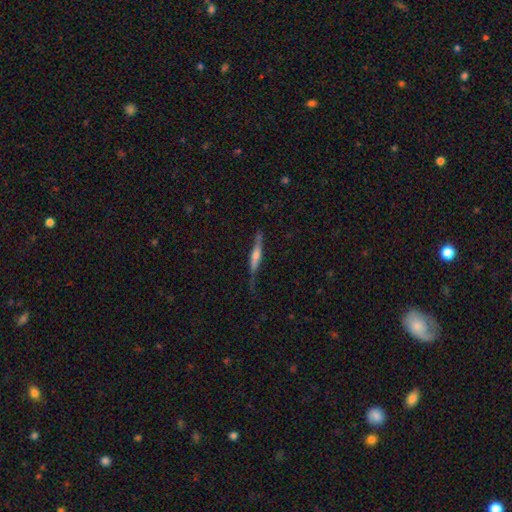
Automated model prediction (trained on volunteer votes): This appears to be a featured or disk galaxy (63%) viewed edge-on (94%) with a rounded central bulge (64%). Merging: none (68%).